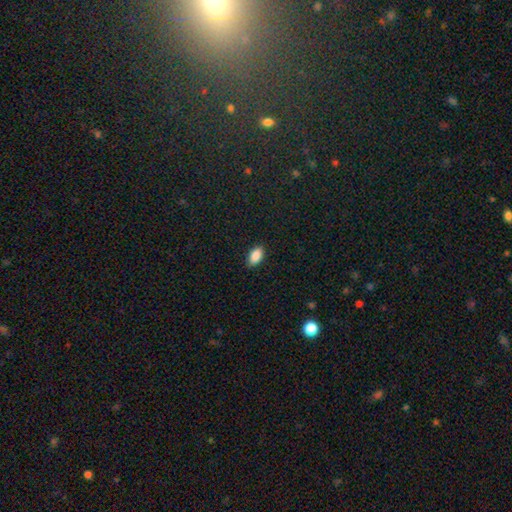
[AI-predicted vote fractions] Smooth or featured?
  - smooth: 88% *
  - star or artifact: 8%
  - featured or disk: 4%
How rounded?
  - in between: 92% *
  - round: 4%
  - cigar-shaped: 3%
Merging?
  - none: 85% *
  - minor disturbance: 12%
  - major disturbance: 2%
  - merger: 1%